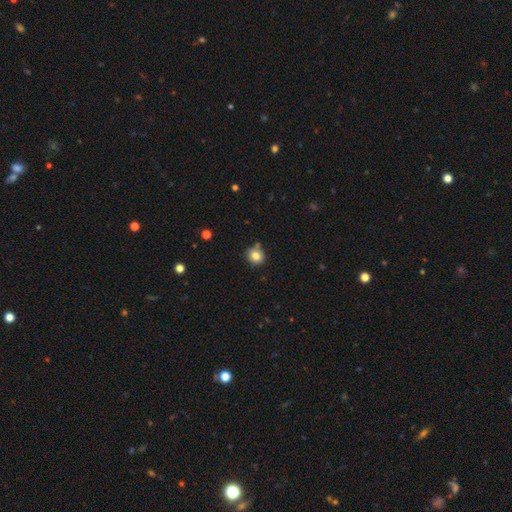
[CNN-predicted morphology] This appears to be a smooth galaxy with no disk features (81%) that is round (86%). Merging: none (77%).